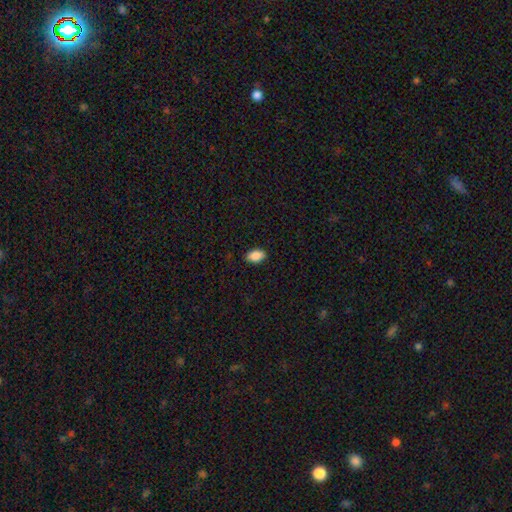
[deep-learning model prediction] Smooth or featured?
  - smooth: 89% *
  - star or artifact: 7%
  - featured or disk: 3%
How rounded?
  - in between: 92% *
  - round: 6%
  - cigar-shaped: 2%
Merging?
  - none: 89% *
  - minor disturbance: 9%
  - major disturbance: 2%
  - merger: 1%